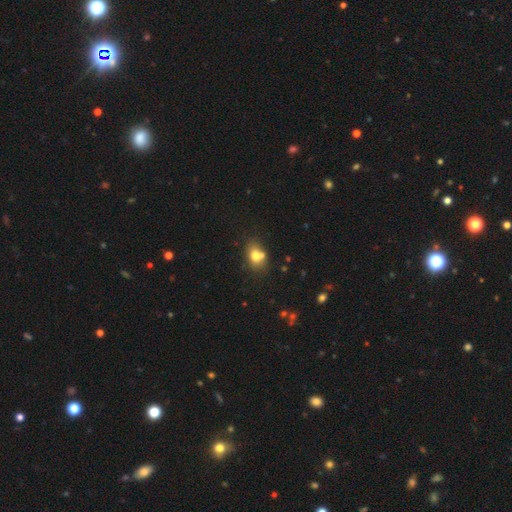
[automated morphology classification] This is likely a smooth galaxy (73%). How rounded: likely in between (61%). Merging: possibly none (52%).